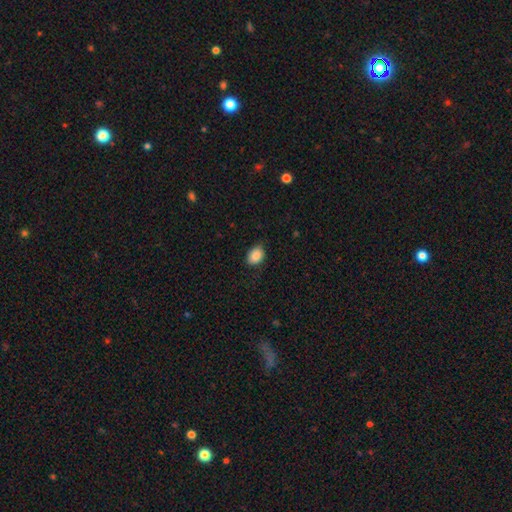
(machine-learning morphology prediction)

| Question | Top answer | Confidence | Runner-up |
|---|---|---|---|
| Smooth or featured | smooth | 88% | star or artifact (7%) |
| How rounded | in between | 76% | round (23%) |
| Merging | none | 79% | minor disturbance (16%) |